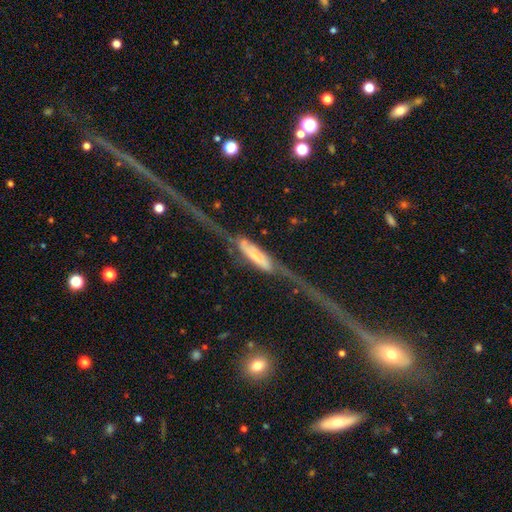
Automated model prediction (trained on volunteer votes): Morphology: type=featured or disk (66%); edge-on=yes (50%, tied with no); merging=major disturbance (52%).